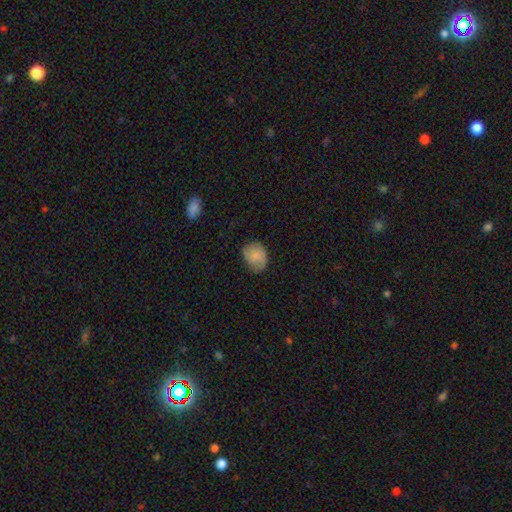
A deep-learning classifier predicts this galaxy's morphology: smooth 74%, featured or disk 18%, star or artifact 8%. Down the decision tree: how rounded — round (54%); merging — none (62%).